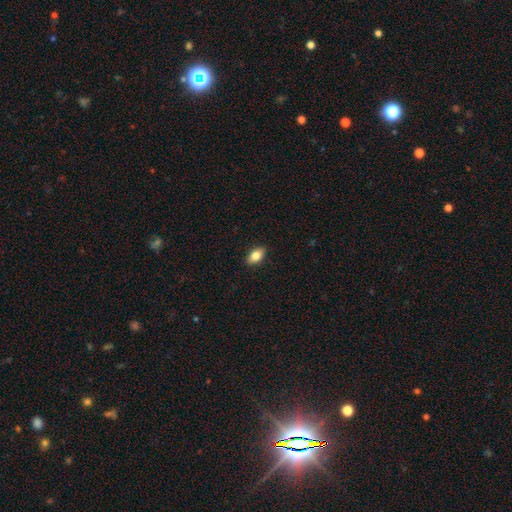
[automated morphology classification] This is clearly a smooth galaxy (81%). How rounded: clearly in between (90%). Merging: clearly none (89%).